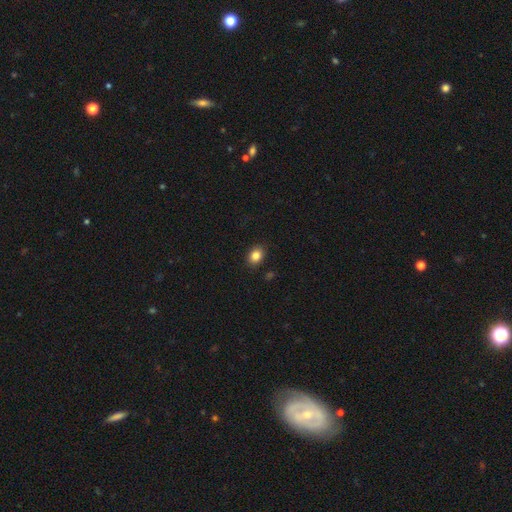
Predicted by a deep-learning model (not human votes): Overall: smooth (84%). How rounded: in between (61%; round 38%). Merging: none (88%).